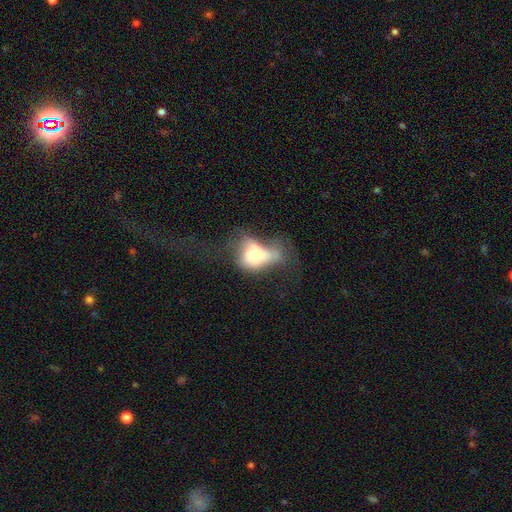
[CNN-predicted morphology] smooth_or_featured: smooth (p=0.56) [alt: featured or disk p=0.33]
how_rounded: in between (p=0.78) [alt: round p=0.19]
merging: major disturbance (p=0.46) [alt: merger p=0.20]